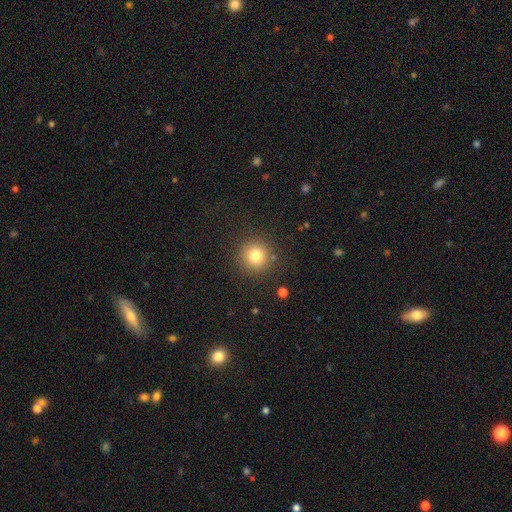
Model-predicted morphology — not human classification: The model was most divided on "smooth or featured": smooth: 80%, star or artifact: 13%, featured or disk: 8%. More confident: how rounded — round (94%); merging — none (87%).